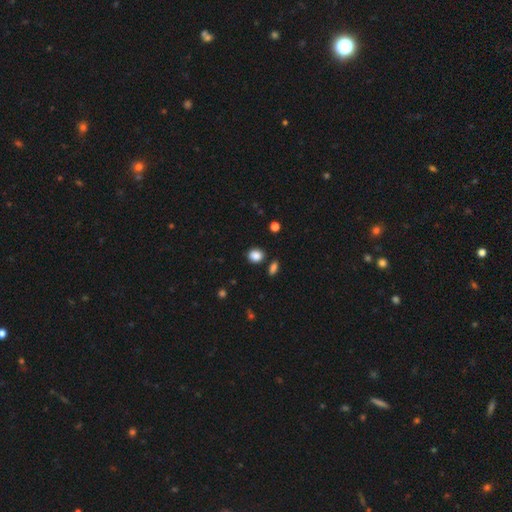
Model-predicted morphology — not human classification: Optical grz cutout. It shows a smooth galaxy with no disk features (86%) that is round (62%). Merging: none (82%).